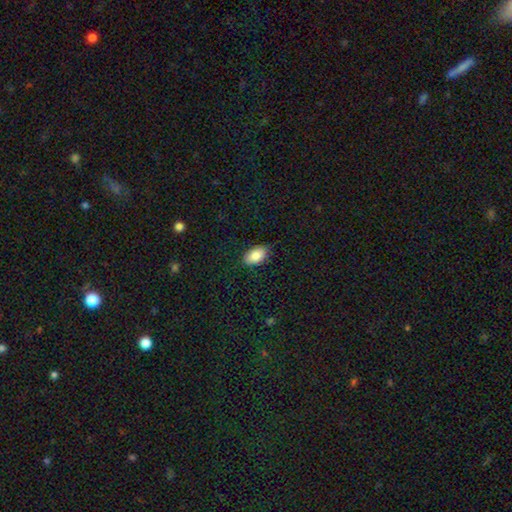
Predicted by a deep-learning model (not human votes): Smooth or featured? Predicted: smooth (p=0.85). How rounded? Predicted: in between (p=0.93). Merging? Predicted: none (p=0.84).